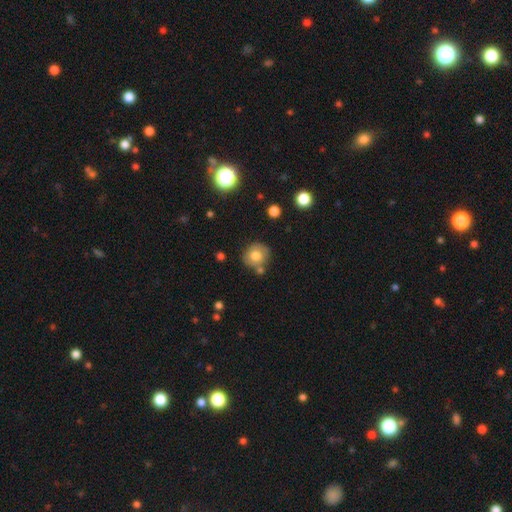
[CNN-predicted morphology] Smooth or featured? smooth (72%)
How rounded? round (82%)
Merging? none (70%)